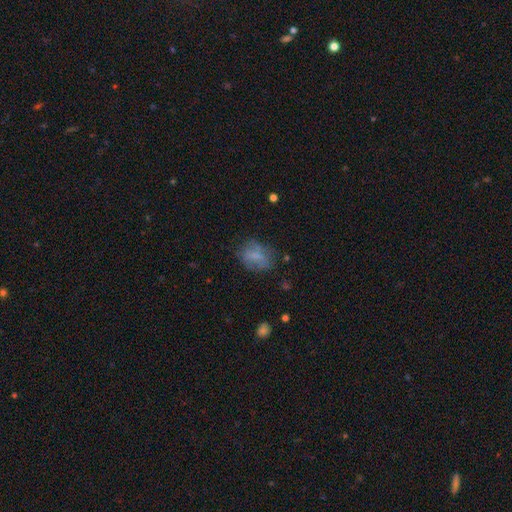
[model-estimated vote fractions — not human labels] smooth 64%, featured or disk 25%, star or artifact 11%. Down the decision tree: how rounded — in between (70%); merging — none (59%).